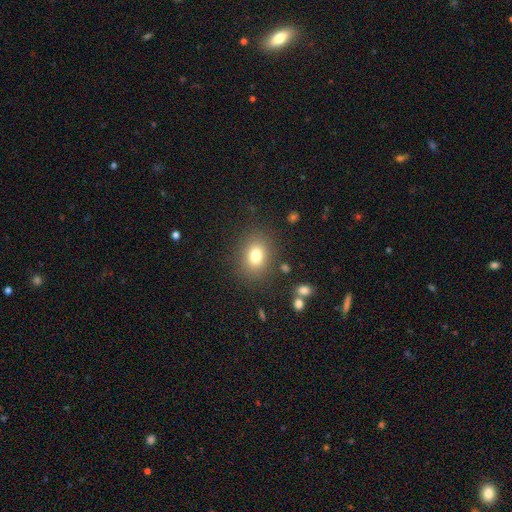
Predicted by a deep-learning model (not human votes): The model was most divided on "how rounded": in between: 57%, round: 42%, cigar-shaped: 1%. More confident: merging — none (84%); smooth or featured — smooth (78%).